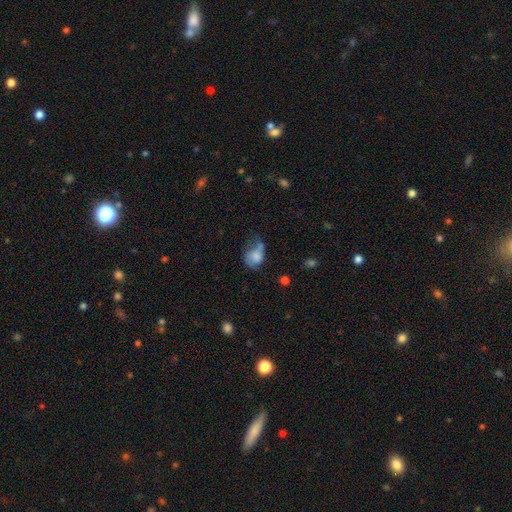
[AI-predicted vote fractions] This is likely a smooth galaxy (61%). How rounded: possibly in between (57%). Merging: marginally major disturbance (34%).